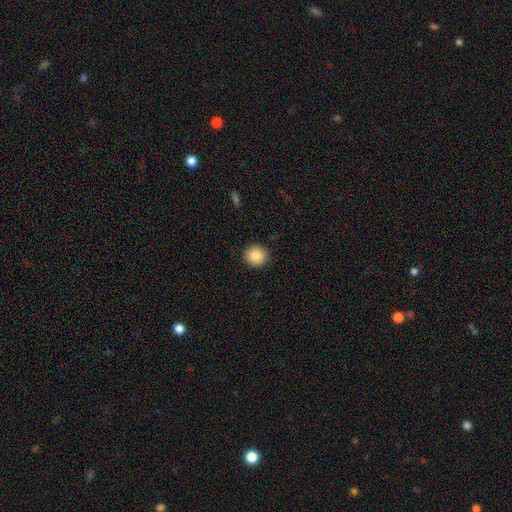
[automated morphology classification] Smooth or featured? smooth (89%)
How rounded? round (85%)
Merging? none (91%)